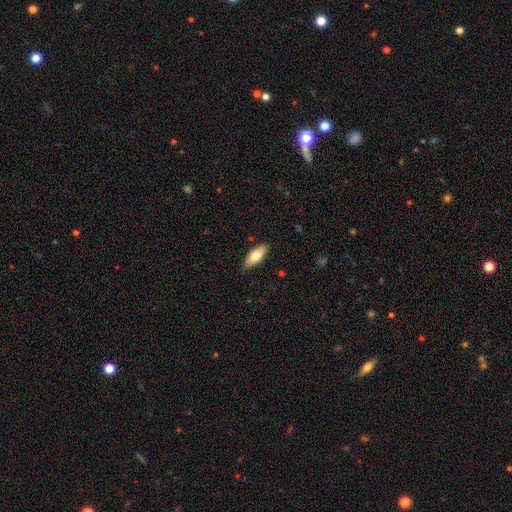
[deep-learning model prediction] Smooth or featured? Predicted: smooth (p=0.70). How rounded? Predicted: in between (p=0.75). Merging? Predicted: none (p=0.86).